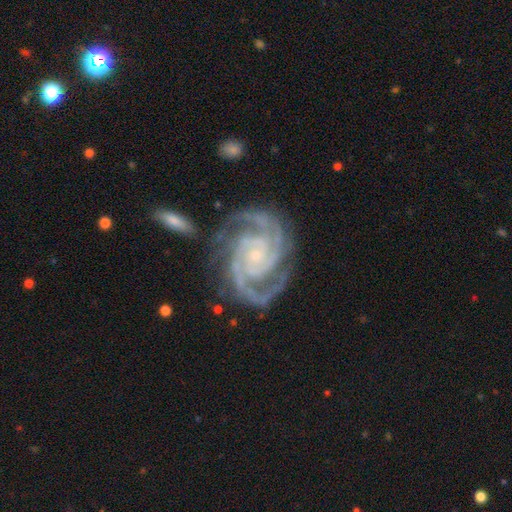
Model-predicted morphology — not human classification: smooth-or-featured: featured or disk: 94% | star or artifact: 4% | smooth: 2%
  disk-edge-on: no: 98% | yes: 2%
    bar: no: 63% | weak: 24% | strong: 13%
    has-spiral-arms: yes: 99% | no: 1%
      spiral-winding: tight: 67% | medium: 31% | loose: 3%
      spiral-arm-count: 2: 55% | 3: 25% | 4: 7% | can't tell: 5% | more than 4: 4% | 1: 4%
    bulge-size: small: 81% | moderate: 12% | none: 4% | large: 1% | dominant: 1%
  merging: none: 73% | minor disturbance: 17% | major disturbance: 7% | merger: 4%